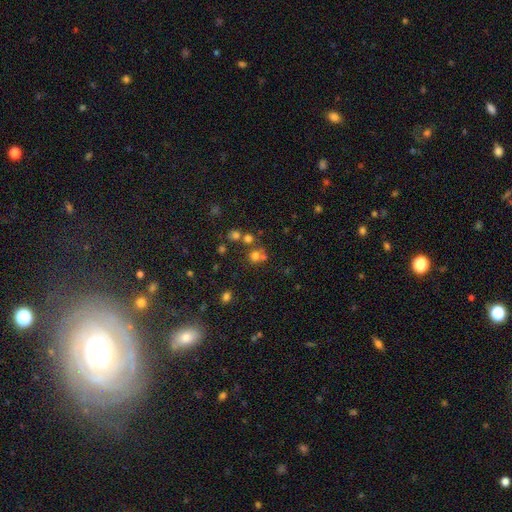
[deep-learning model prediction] Smooth or featured: smooth — 65% (star or artifact — 24%)
How rounded: round — 85% (in between — 14%)
Merging: none — 56% (merger — 32%)